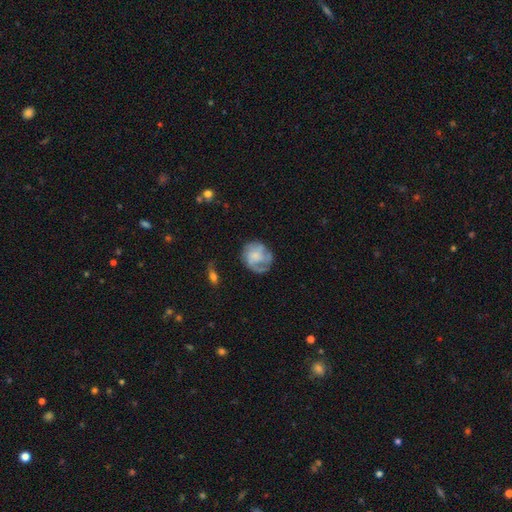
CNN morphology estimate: smooth-or-featured: featured or disk: 59% | smooth: 33% | star or artifact: 8%
  disk-edge-on: no: 98% | yes: 2%
    bar: no: 74% | weak: 22% | strong: 3%
    has-spiral-arms: yes: 78% | no: 22%
    bulge-size: small: 33% | moderate: 29% | none: 28% | large: 8% | dominant: 2%
  merging: none: 60% | minor disturbance: 23% | major disturbance: 15% | merger: 2%